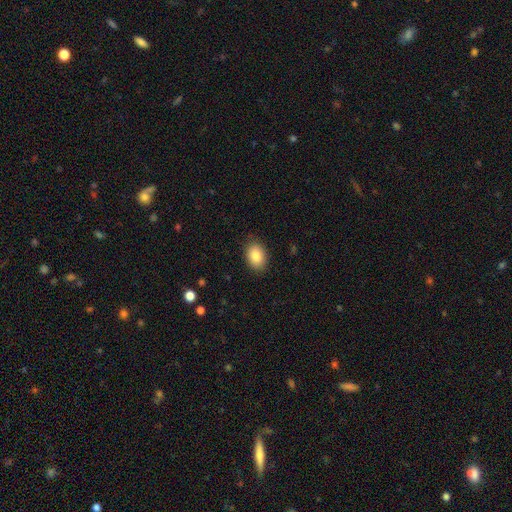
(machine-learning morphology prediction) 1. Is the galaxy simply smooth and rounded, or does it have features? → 86% smooth, 8% star or artifact, 6% featured or disk.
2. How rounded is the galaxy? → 81% in between, 18% round, 1% cigar-shaped.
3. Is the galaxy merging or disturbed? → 87% none, 10% minor disturbance, 2% major disturbance, 1% merger.